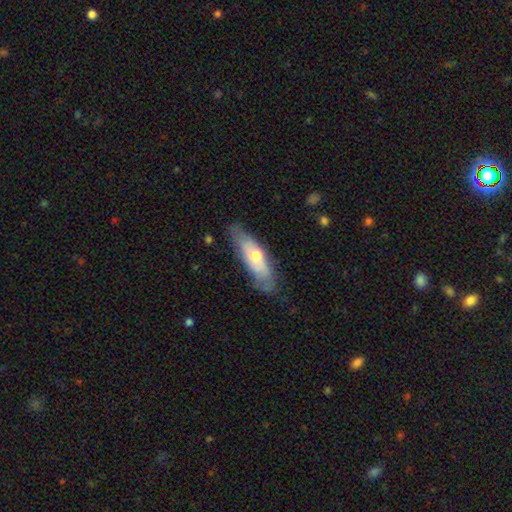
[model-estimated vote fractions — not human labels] Overall: featured or disk (47%, tied with smooth). Merging: none (71%).